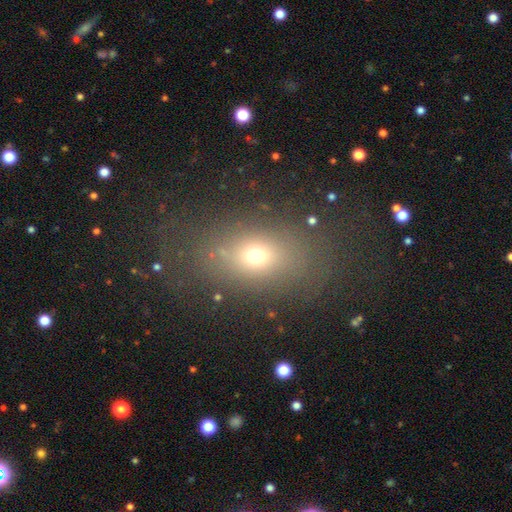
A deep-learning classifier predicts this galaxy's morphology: Smooth or featured: smooth — 65% (star or artifact — 21%)
How rounded: in between — 63% (round — 33%)
Merging: none — 75% (minor disturbance — 13%)